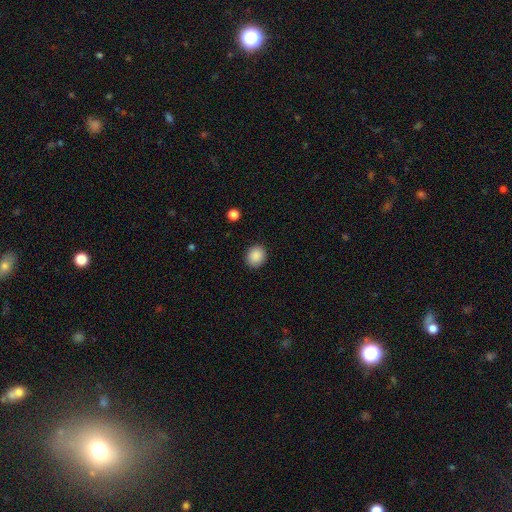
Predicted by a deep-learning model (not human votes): A smooth galaxy with no disk features (89%) that is round (72%).

Vote fractions:
- Smooth or featured? smooth: 89% / star or artifact: 8% / featured or disk: 3%
- How rounded? round: 72% / in between: 27% / cigar-shaped: 1%
- Merging? none: 89% / minor disturbance: 7% / major disturbance: 2% / merger: 1%